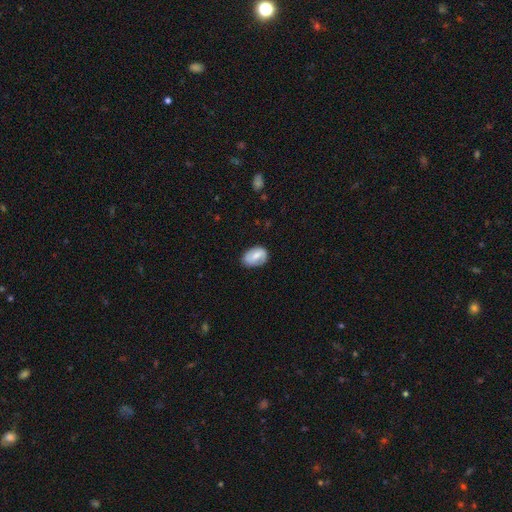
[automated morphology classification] This is possibly a smooth galaxy (59%). How rounded: clearly in between (83%). Merging: likely none (75%).